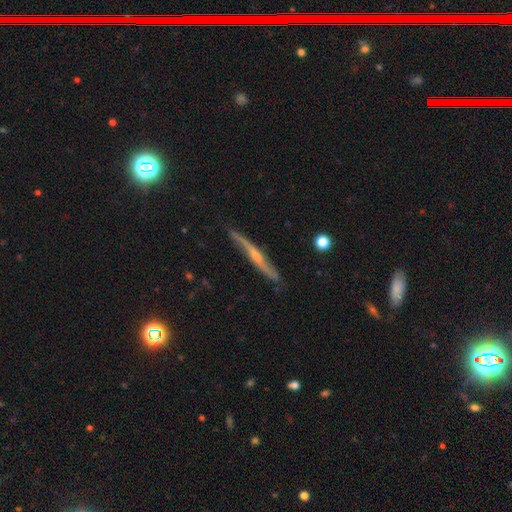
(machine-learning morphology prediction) Overall: featured or disk (75%). Edge-on disk: yes (87%). Edge-on bulge: rounded (62%; none 31%). Merging: none (81%).